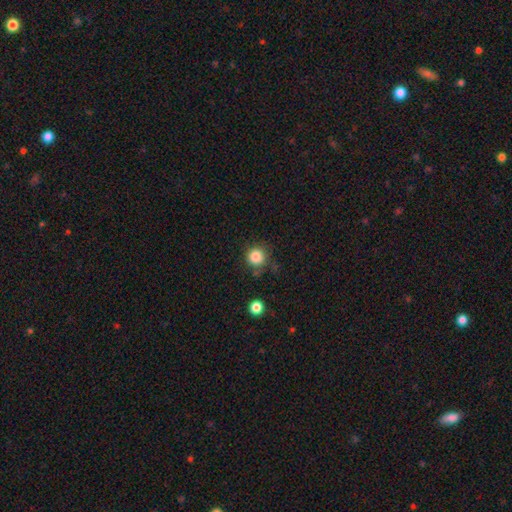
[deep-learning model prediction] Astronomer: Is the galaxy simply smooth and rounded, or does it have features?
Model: smooth — 85%.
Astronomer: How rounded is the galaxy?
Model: round — 94%.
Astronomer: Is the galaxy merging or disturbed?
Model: none — 80%.